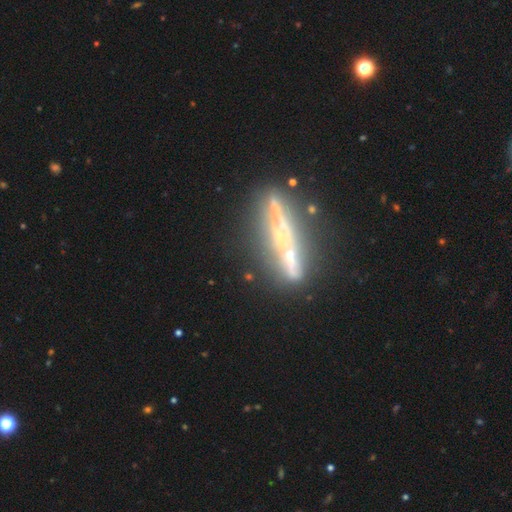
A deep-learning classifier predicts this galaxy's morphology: Smooth or featured? Predicted: featured or disk (p=0.71). Edge-on disk? Predicted: yes (p=0.86). Edge-on bulge? Predicted: none (p=0.58). Merging? Predicted: none (p=0.76).